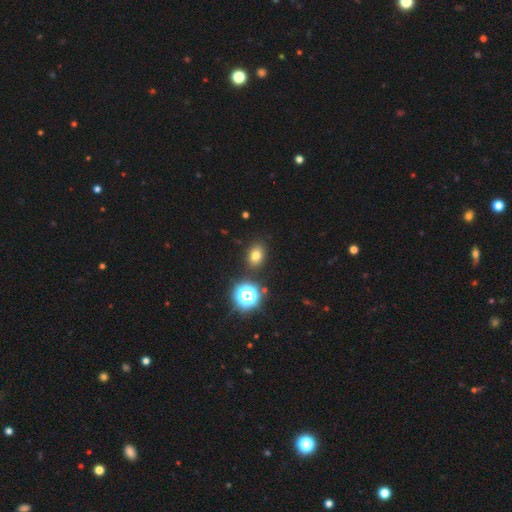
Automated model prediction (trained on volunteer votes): This is likely a smooth galaxy (73%). How rounded: likely in between (64%). Merging: clearly none (86%).